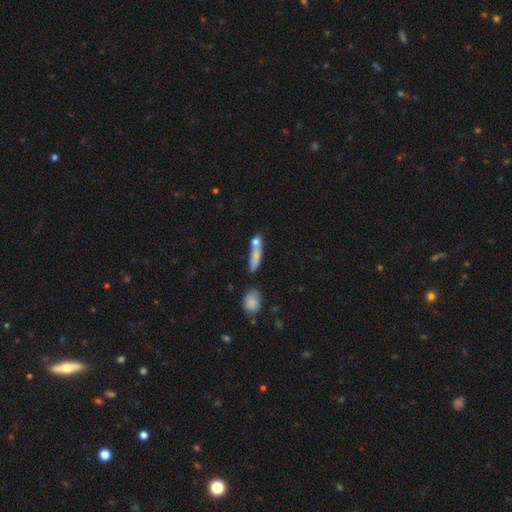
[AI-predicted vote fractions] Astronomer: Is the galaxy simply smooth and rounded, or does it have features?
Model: smooth — 68%.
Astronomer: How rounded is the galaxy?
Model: cigar-shaped — 64%.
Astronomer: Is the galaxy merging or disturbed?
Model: none — 42% (runner-up: merger, 34%).